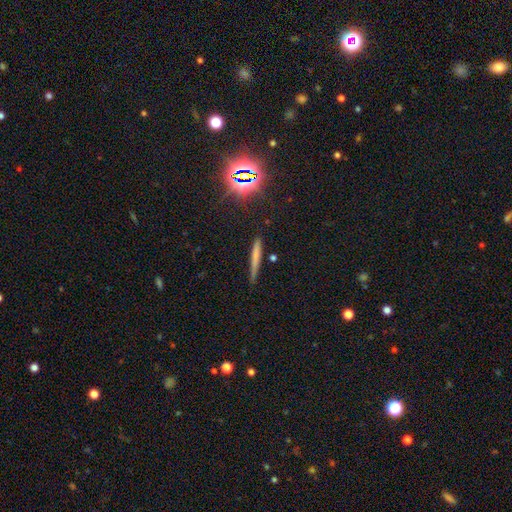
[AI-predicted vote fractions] A smooth galaxy with no disk features (59%) that is cigar-shaped (94%).

Vote fractions:
- Smooth or featured? smooth: 59% / featured or disk: 25% / star or artifact: 16%
- How rounded? cigar-shaped: 94% / in between: 4% / round: 2%
- Merging? none: 79% / minor disturbance: 15% / major disturbance: 3% / merger: 3%